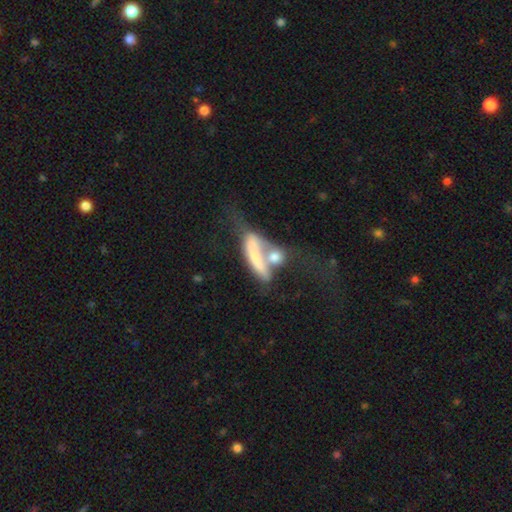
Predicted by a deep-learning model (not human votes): smooth-or-featured: smooth: 50% | featured or disk: 41% | star or artifact: 10%
  merging: merger: 58% | major disturbance: 19% | none: 14% | minor disturbance: 10%